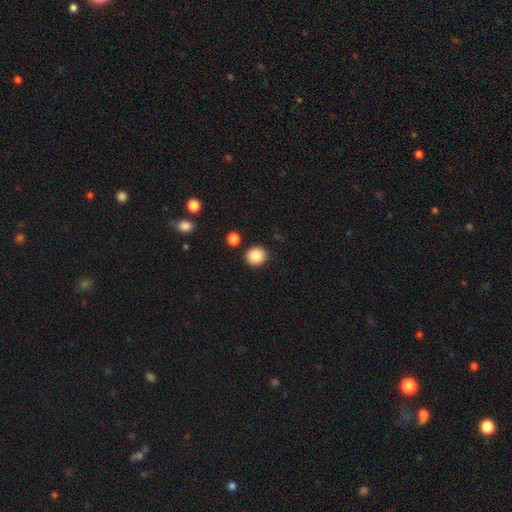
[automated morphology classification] Overall: smooth (86%). How rounded: round (88%). Merging: none (88%).